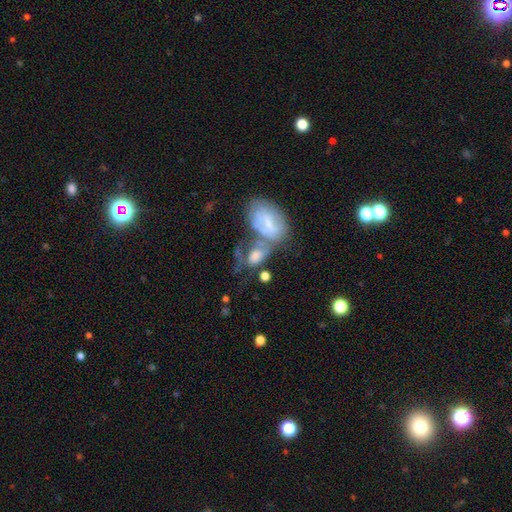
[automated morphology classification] type=smooth (52%); roundness=in between (84%); merging=merger (53%).